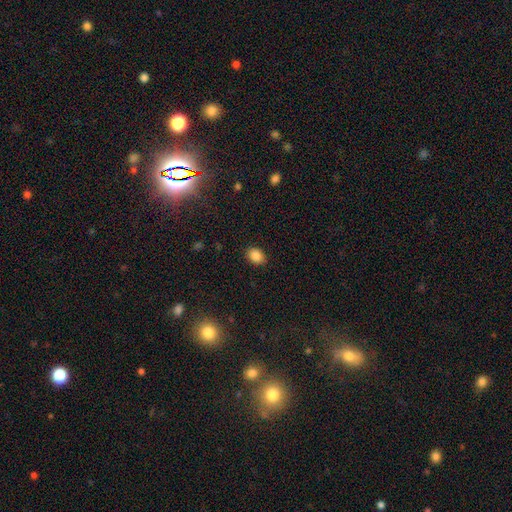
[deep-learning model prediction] This is clearly a smooth galaxy (87%). How rounded: likely in between (63%). Merging: clearly none (88%).